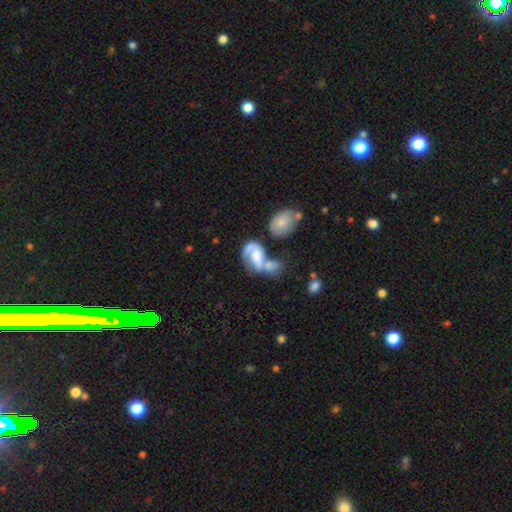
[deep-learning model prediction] Morphology: type=featured or disk (60%); edge-on=no (96%); bar=no (53%); spiral arms=yes (75%); bulge=moderate (39%); merging=merger (52%).